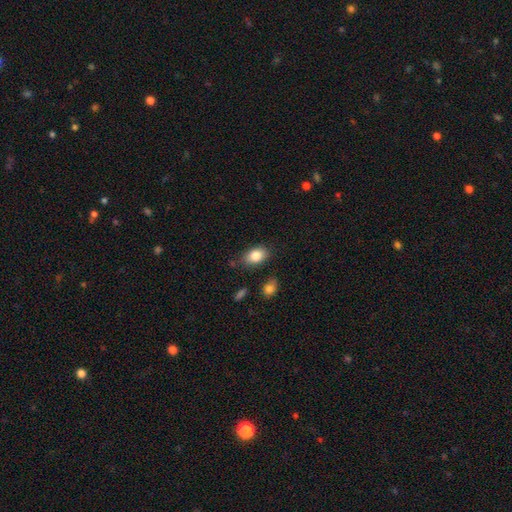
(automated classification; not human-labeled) Smooth or featured: smooth — 84% (featured or disk — 8%)
How rounded: in between — 86% (round — 13%)
Merging: none — 78% (minor disturbance — 15%)